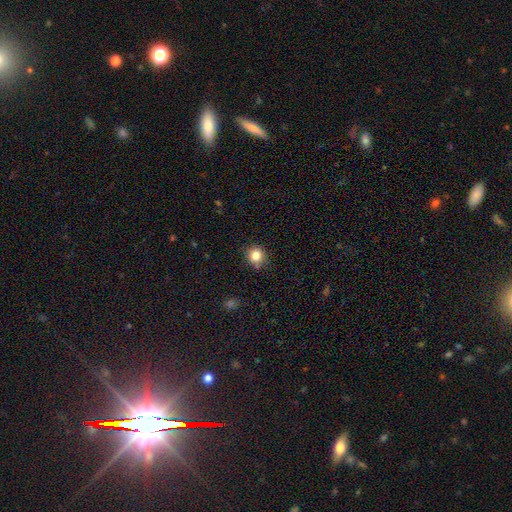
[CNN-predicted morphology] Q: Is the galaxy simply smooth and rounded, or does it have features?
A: smooth — 82%.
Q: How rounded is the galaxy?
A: round — 87%.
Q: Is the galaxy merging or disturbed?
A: none — 83%.